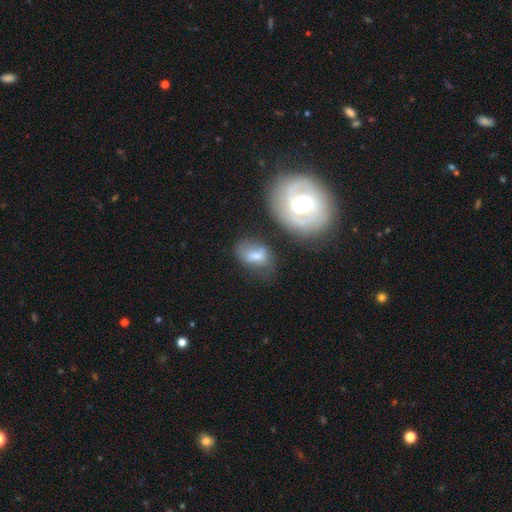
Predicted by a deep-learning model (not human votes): Morphology: type=smooth (51%); roundness=in between (78%); merging=none (46%).